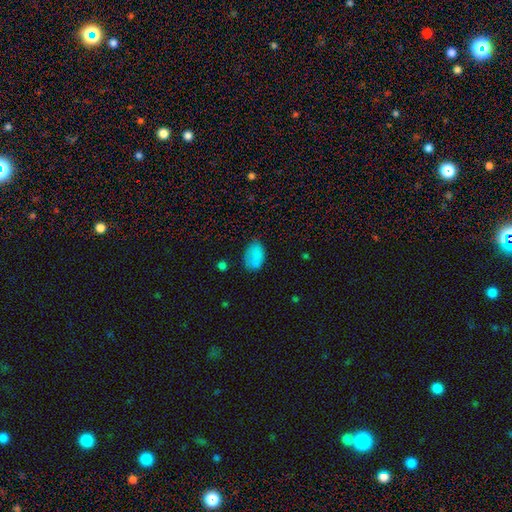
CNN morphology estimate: Overall: smooth (80%). How rounded: in between (89%). Merging: none (67%).